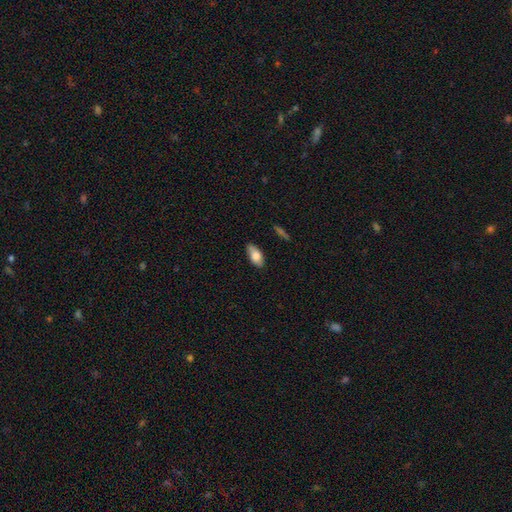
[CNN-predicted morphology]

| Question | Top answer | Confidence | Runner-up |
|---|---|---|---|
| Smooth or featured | smooth | 79% | featured or disk (14%) |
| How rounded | in between | 88% | cigar-shaped (9%) |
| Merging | none | 83% | minor disturbance (14%) |